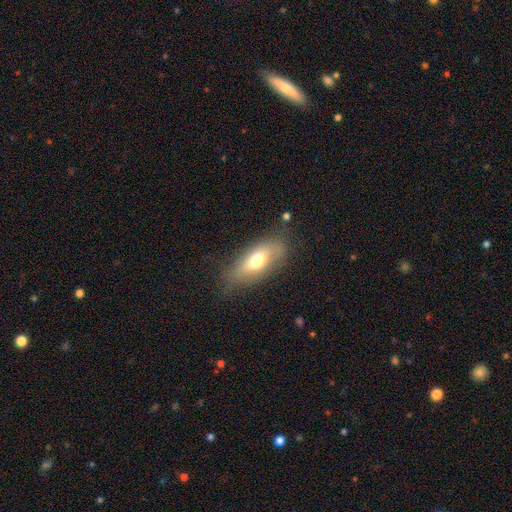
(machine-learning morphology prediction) Overall: smooth (58%; featured or disk 32%). How rounded: in between (73%). Merging: none (75%).